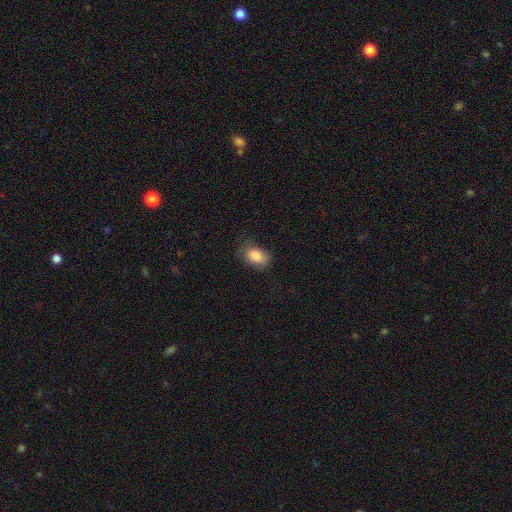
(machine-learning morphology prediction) The model was most divided on "merging": none: 70%, minor disturbance: 22%, major disturbance: 7%, merger: 1%. More confident: smooth or featured — smooth (86%); how rounded — in between (81%).